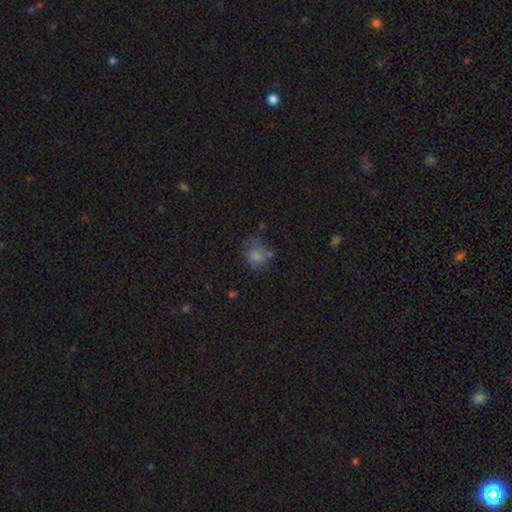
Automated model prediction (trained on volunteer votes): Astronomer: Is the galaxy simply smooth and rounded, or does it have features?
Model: smooth — 69%.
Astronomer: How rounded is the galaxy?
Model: round — 65%.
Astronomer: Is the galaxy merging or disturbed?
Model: none — 53%.